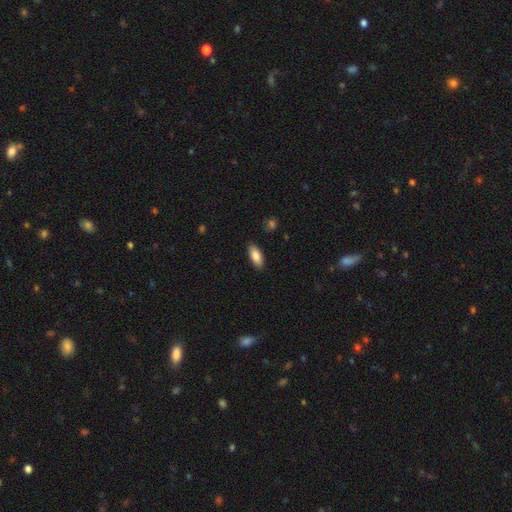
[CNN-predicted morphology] Overall: smooth (85%). How rounded: in between (82%). Merging: none (88%).